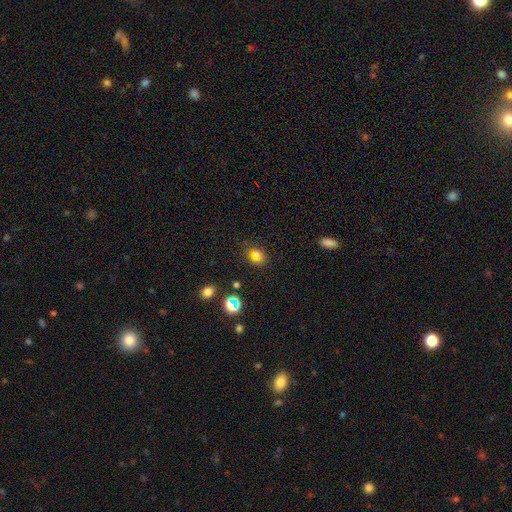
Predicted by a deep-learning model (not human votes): Overall: smooth (62%; star or artifact 26%). How rounded: in between (50%; round 49%). Merging: none (71%).